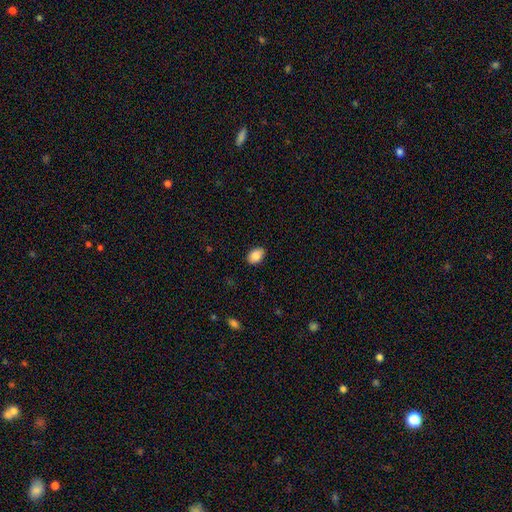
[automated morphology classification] Smooth or featured?
  - smooth: 88% *
  - star or artifact: 8%
  - featured or disk: 5%
How rounded?
  - in between: 82% *
  - round: 17%
  - cigar-shaped: 1%
Merging?
  - none: 87% *
  - minor disturbance: 10%
  - major disturbance: 2%
  - merger: 1%